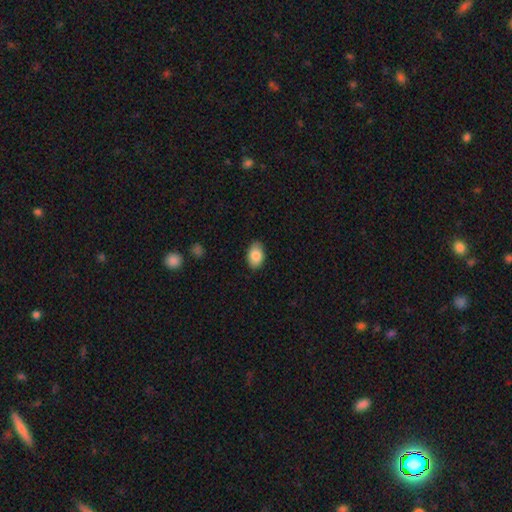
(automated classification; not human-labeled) A smooth galaxy with no disk features (86%) that is in between round and cigar-shaped (89%).

Vote fractions:
- Smooth or featured? smooth: 86% / featured or disk: 7% / star or artifact: 7%
- How rounded? in between: 89% / round: 9% / cigar-shaped: 1%
- Merging? none: 86% / minor disturbance: 11% / major disturbance: 2% / merger: 1%